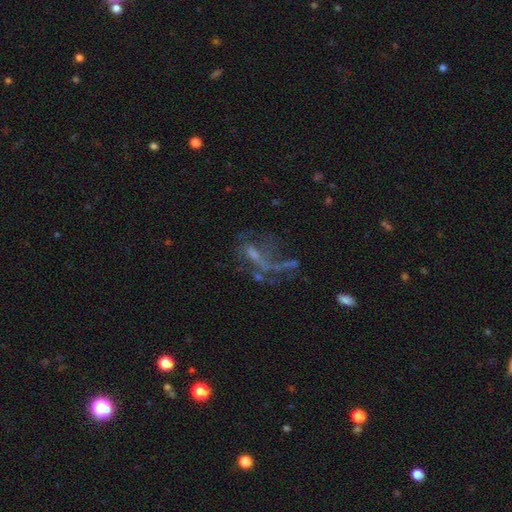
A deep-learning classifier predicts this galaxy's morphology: A featured or disk galaxy (59%) with no bar (56%), no spiral arms (61%) and no central bulge (38%, tied with small).

Vote fractions:
- Smooth or featured? featured or disk: 59% / star or artifact: 21% / smooth: 20%
- Edge-on disk? no: 91% / yes: 9%
- Bar? no: 56% / weak: 30% / strong: 14%
- Spiral arms? no: 61% / yes: 39%
- Bulge size? none: 38% (tied) / small: 38% (tied) / moderate: 20% / large: 2% / dominant: 1%
- Merging? major disturbance: 45% / none: 30% / minor disturbance: 13% / merger: 11%